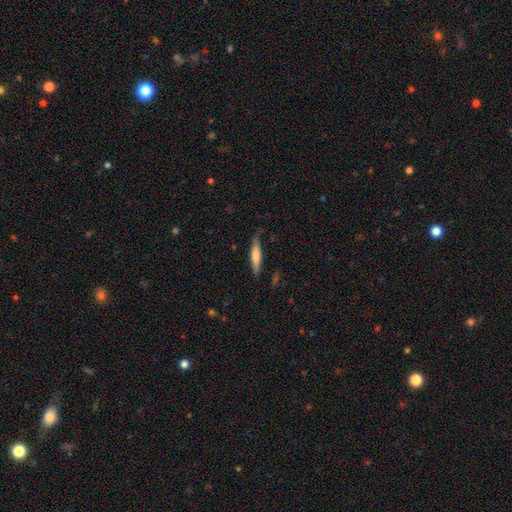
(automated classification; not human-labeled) Morphology: type=smooth (65%); roundness=cigar-shaped (85%); merging=none (74%).